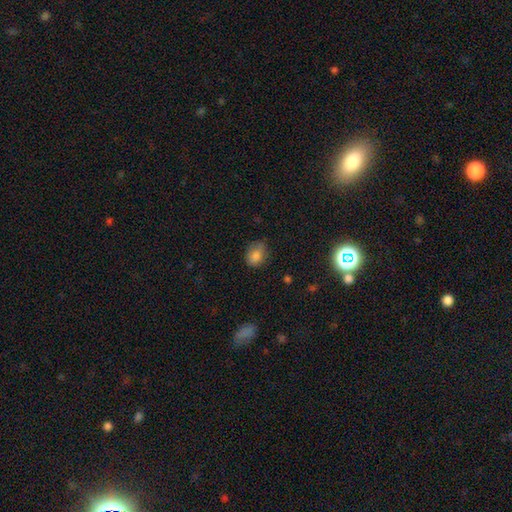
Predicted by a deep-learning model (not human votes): Smooth or featured? smooth (81%)
How rounded? in between (65%)
Merging? none (61%)